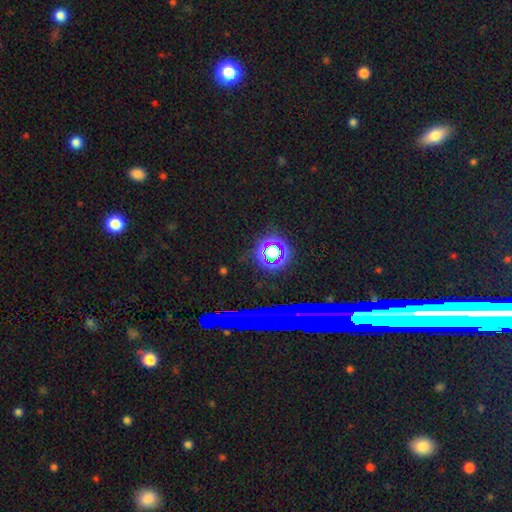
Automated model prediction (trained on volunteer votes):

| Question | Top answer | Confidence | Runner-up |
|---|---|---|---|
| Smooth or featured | star or artifact | 70% | smooth (15%) |